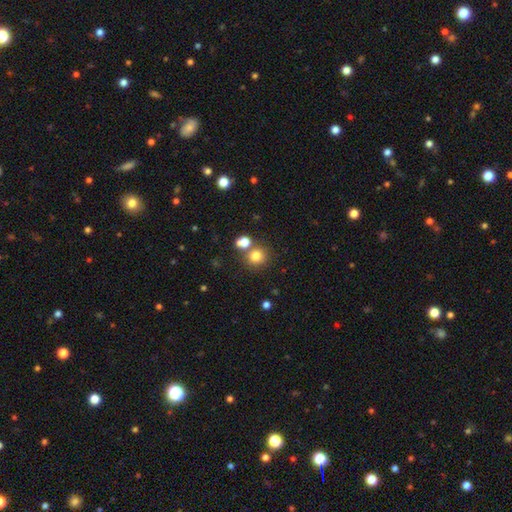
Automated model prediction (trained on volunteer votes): smooth 78%, star or artifact 14%, featured or disk 8%. Down the decision tree: how rounded — round (87%); merging — none (67%).